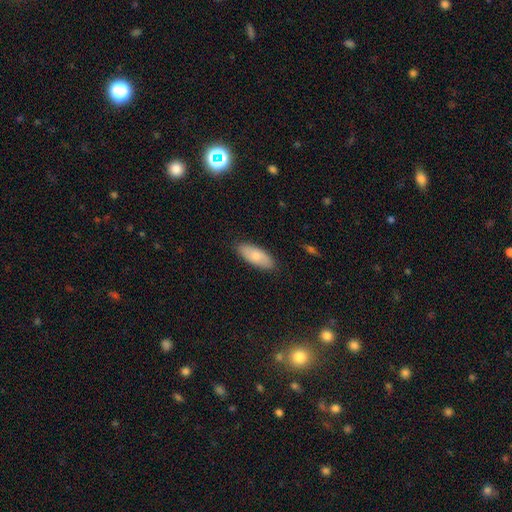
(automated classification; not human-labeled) Overall: smooth (76%). How rounded: in between (82%). Merging: none (86%).